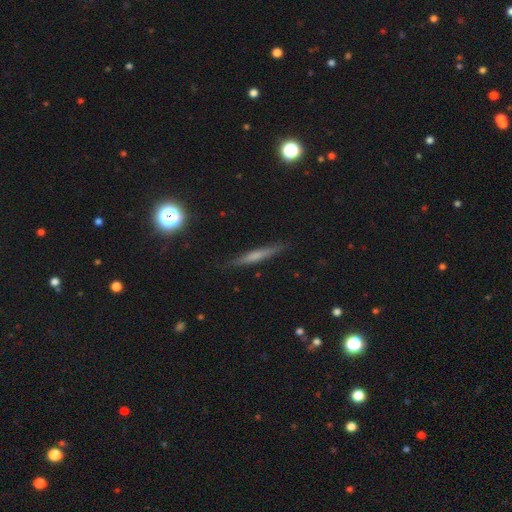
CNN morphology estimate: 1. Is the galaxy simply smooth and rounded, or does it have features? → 50% smooth, 40% featured or disk, 10% star or artifact.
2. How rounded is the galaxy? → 93% cigar-shaped, 4% in between, 2% round.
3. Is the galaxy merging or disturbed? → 88% none, 9% minor disturbance, 2% major disturbance, 1% merger.